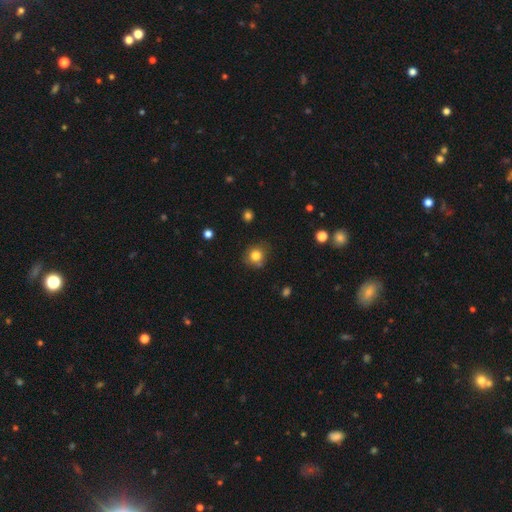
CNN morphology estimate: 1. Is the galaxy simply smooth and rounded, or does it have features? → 81% smooth, 12% star or artifact, 7% featured or disk.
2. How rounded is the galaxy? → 85% round, 14% in between, 1% cigar-shaped.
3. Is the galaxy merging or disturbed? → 76% none, 16% minor disturbance, 4% merger, 4% major disturbance.